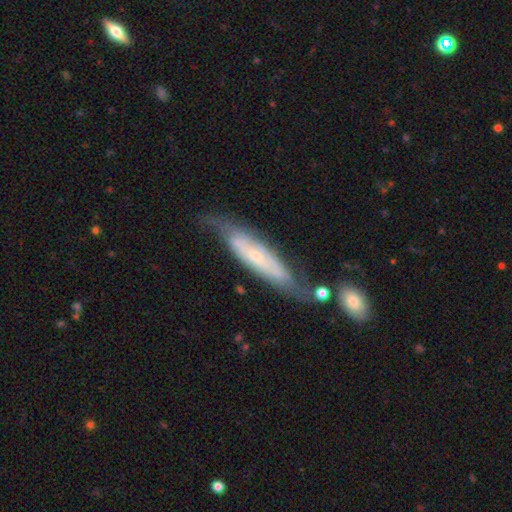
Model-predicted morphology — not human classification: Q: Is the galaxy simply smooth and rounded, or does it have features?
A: featured or disk — 63%.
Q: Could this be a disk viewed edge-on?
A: no — 60%.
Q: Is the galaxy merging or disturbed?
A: none — 56%.